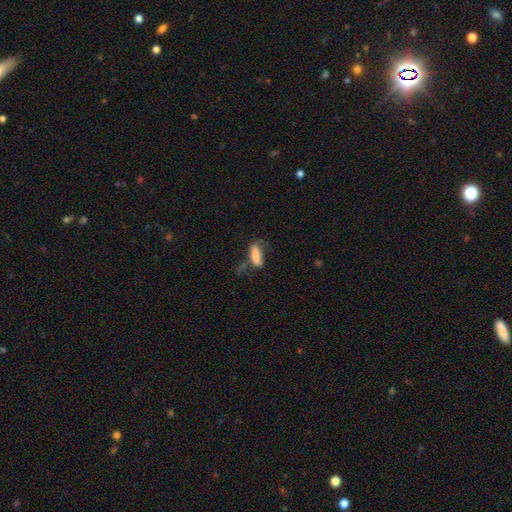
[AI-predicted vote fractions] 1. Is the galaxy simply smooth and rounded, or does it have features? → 77% smooth, 14% featured or disk, 9% star or artifact.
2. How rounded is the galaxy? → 57% in between, 40% cigar-shaped, 3% round.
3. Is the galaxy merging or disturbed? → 42% none, 29% minor disturbance, 22% major disturbance, 8% merger.